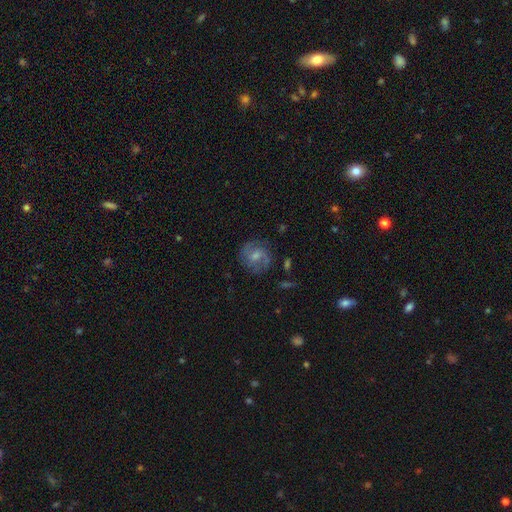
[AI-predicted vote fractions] This is likely a featured or disk galaxy (62%). It is clearly not viewed edge-on (97%). Bar: possibly weak (47%). Spiral arm pattern: clearly yes (89%). Spiral arm count: likely 2 (73%). Spiral winding: possibly medium (49%). Central bulge: possibly small (45%). Merging: likely none (74%).